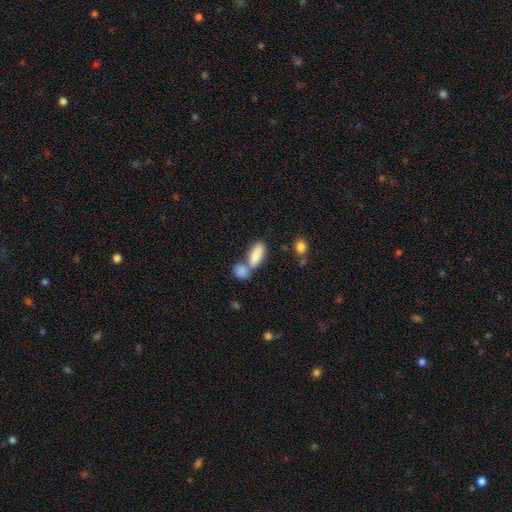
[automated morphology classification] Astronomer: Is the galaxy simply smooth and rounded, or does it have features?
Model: smooth — 85%.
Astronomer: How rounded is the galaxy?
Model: in between — 79%.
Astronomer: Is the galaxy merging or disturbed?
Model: merger — 53% (runner-up: none, 35%).